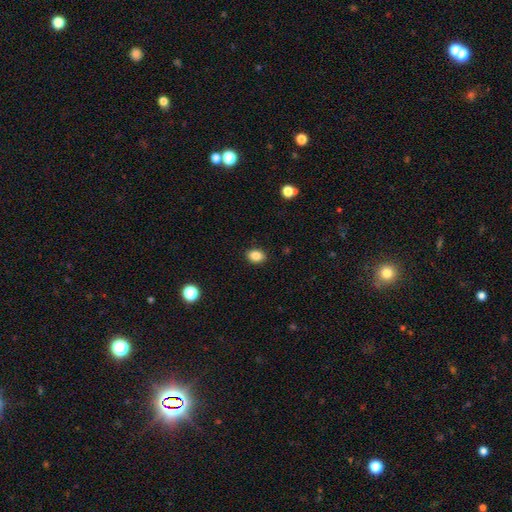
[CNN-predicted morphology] type=smooth (86%); roundness=in between (69%); merging=none (90%).